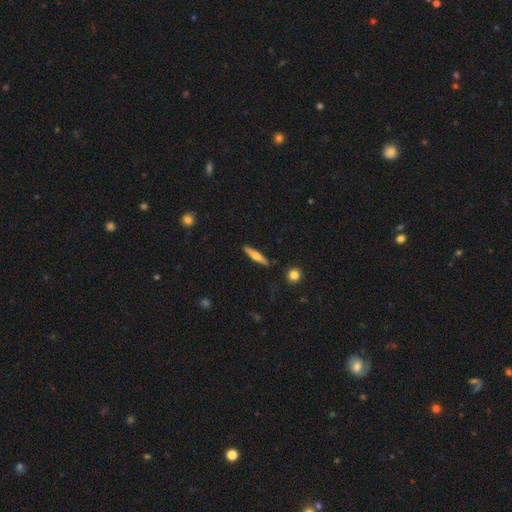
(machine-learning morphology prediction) Smooth or featured?
  - featured or disk: 48% *
  - smooth: 46%
  - star or artifact: 6%
Merging?
  - none: 90% *
  - minor disturbance: 7%
  - major disturbance: 2%
  - merger: 2%